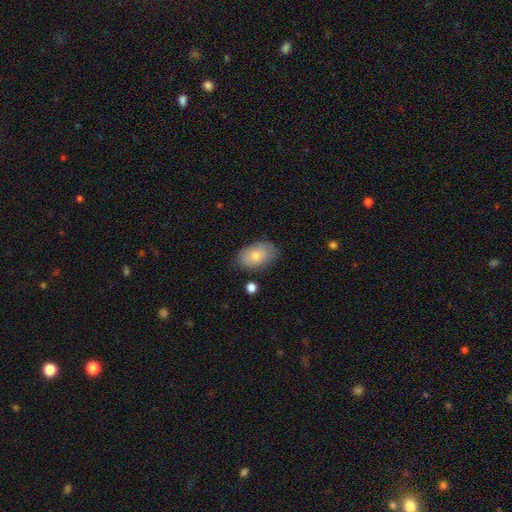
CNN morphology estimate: Smooth or featured? smooth (72%)
How rounded? in between (89%)
Merging? none (78%)